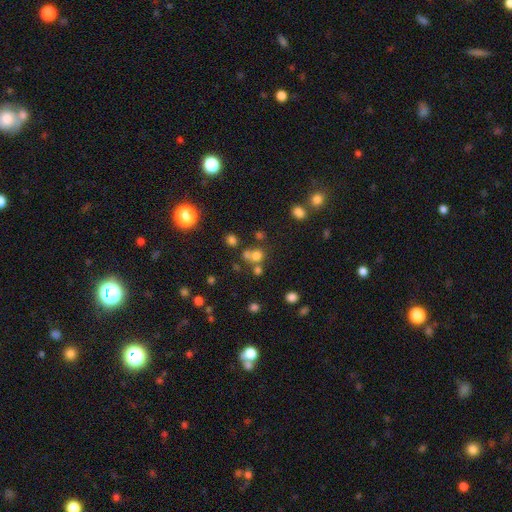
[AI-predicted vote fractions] The model was most divided on "merging": none: 52%, merger: 34%, minor disturbance: 9%, major disturbance: 5%. More confident: how rounded — round (83%); smooth or featured — smooth (68%).